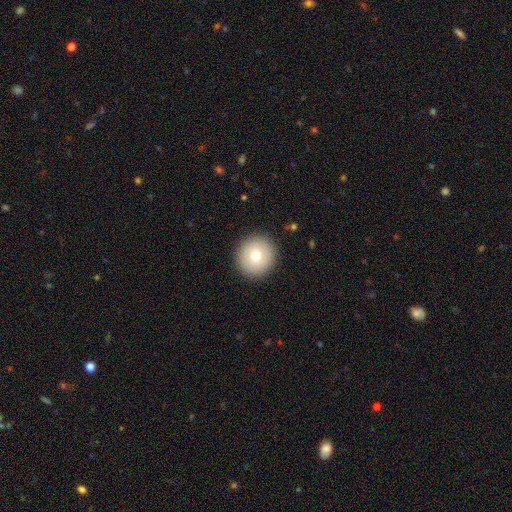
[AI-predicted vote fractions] The model was most divided on "smooth or featured": smooth: 74%, featured or disk: 15%, star or artifact: 11%. More confident: how rounded — round (94%); merging — none (91%).